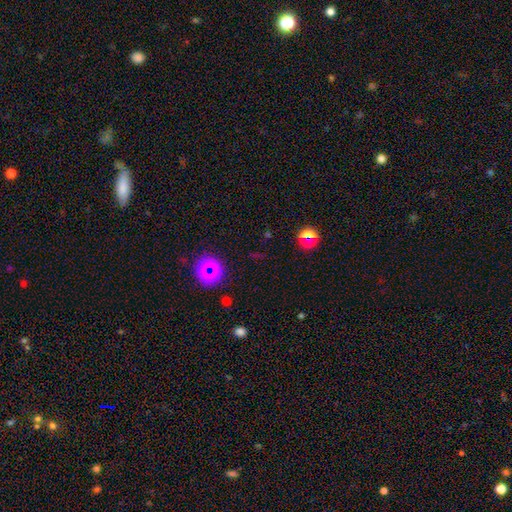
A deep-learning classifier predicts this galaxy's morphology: Smooth or featured? star or artifact (63%)